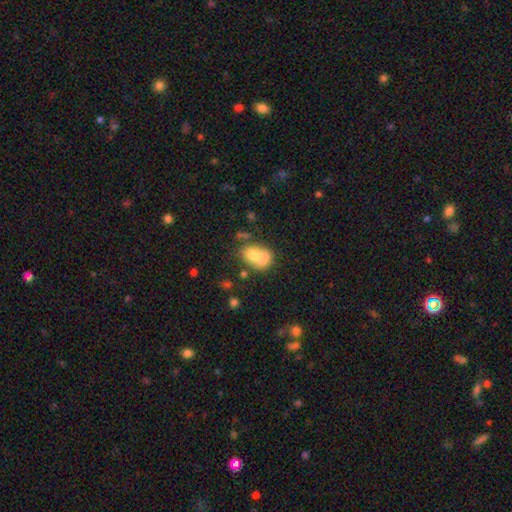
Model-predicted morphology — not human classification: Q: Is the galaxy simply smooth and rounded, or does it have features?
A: smooth — 67%.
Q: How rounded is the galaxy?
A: in between — 61%.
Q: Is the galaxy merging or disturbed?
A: merger — 52%.